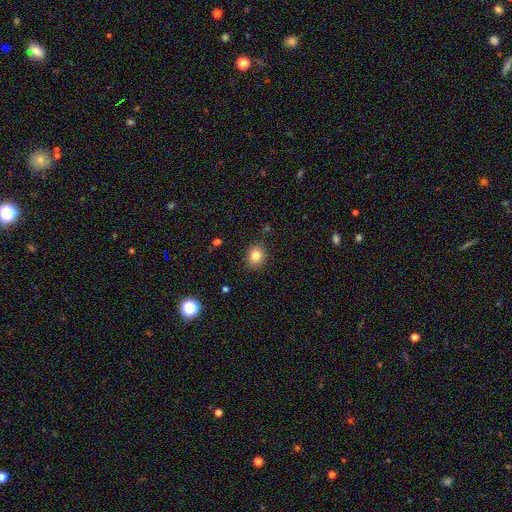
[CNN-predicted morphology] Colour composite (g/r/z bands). It shows a smooth galaxy with no disk features (82%) that is round (62%). Merging: none (87%).